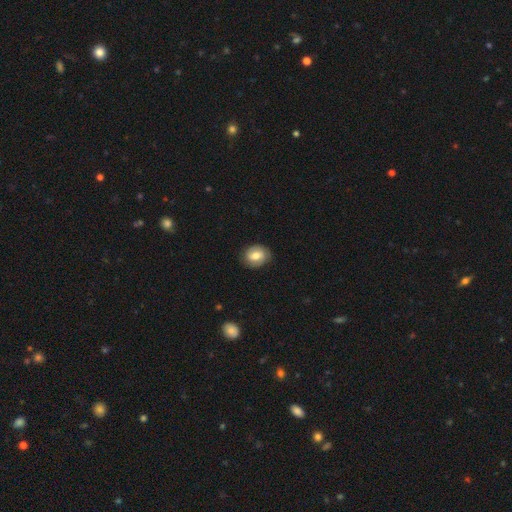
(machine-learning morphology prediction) This appears to be a smooth galaxy with no disk features (55%) that is round (50%). Merging: none (83%).